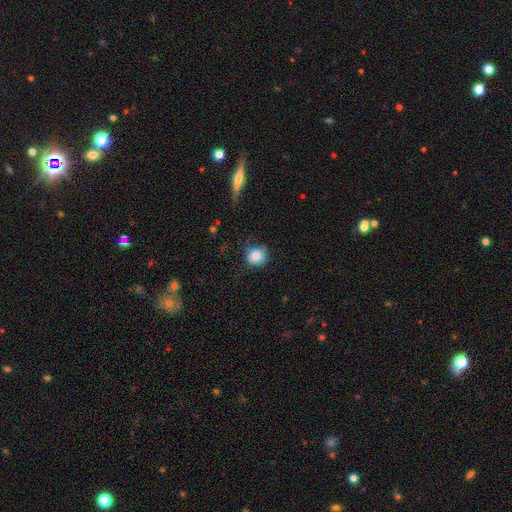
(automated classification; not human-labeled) This is clearly a smooth galaxy (82%). How rounded: clearly round (81%). Merging: possibly none (55%).